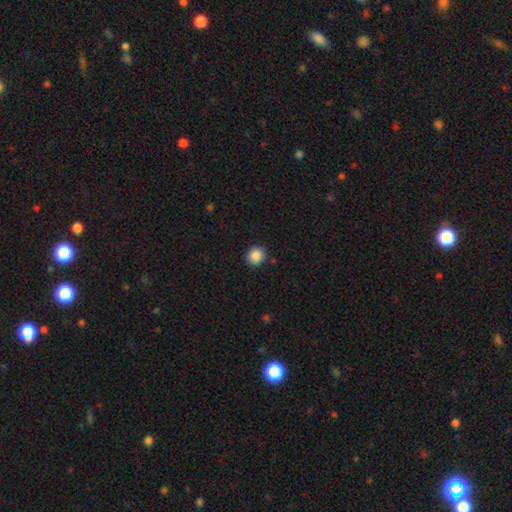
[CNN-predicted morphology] Q: Smooth or featured?
A: smooth (87%); runner-up: star or artifact (9%)
Q: How rounded?
A: round (81%); runner-up: in between (18%)
Q: Merging?
A: none (90%); runner-up: minor disturbance (7%)